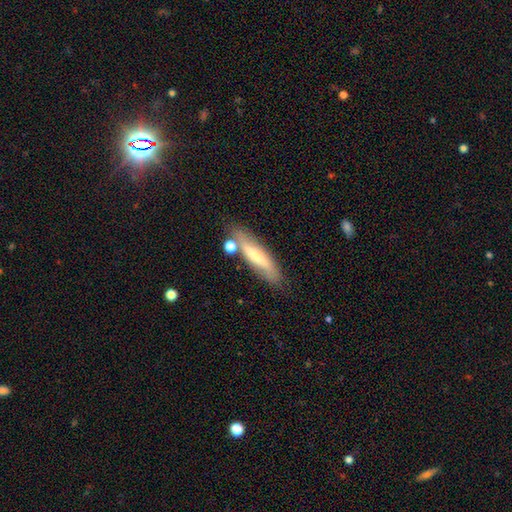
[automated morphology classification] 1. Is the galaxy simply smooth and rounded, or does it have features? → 56% smooth, 37% featured or disk, 7% star or artifact.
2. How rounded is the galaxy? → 72% cigar-shaped, 25% in between, 2% round.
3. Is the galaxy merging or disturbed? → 70% none, 16% minor disturbance, 10% merger, 5% major disturbance.